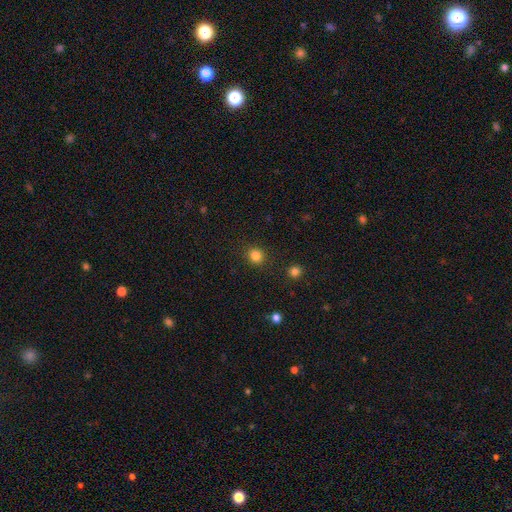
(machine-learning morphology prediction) Smooth or featured? smooth (83%)
How rounded? round (87%)
Merging? none (90%)